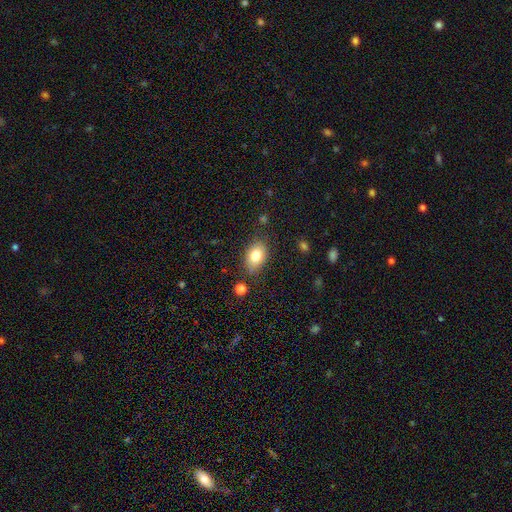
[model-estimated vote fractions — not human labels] Overall: smooth (79%). How rounded: in between (82%). Merging: none (80%).